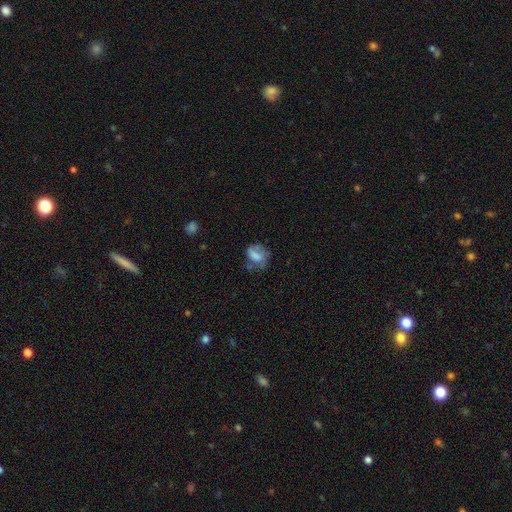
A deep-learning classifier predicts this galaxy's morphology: This appears to be a smooth galaxy with no disk features (55%) that is in between round and cigar-shaped (59%). Merging: none (39%).